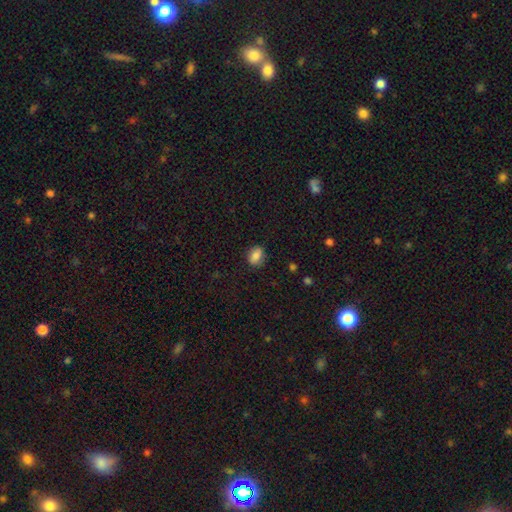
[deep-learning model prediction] smooth-or-featured: smooth: 83% | star or artifact: 9% | featured or disk: 8%
  how-rounded: in between: 68% | round: 30% | cigar-shaped: 2%
  merging: none: 81% | minor disturbance: 15% | major disturbance: 3% | merger: 1%